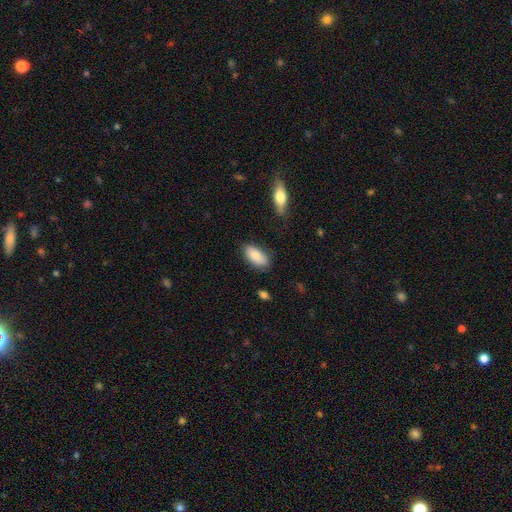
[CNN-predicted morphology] The model was most divided on "merging": none: 79%, minor disturbance: 15%, major disturbance: 3%, merger: 2%. More confident: how rounded — in between (92%); smooth or featured — smooth (83%).